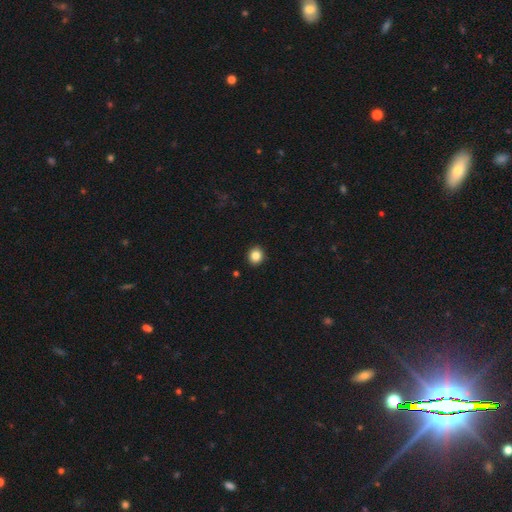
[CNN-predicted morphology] This is clearly a smooth galaxy (85%). How rounded: clearly round (82%). Merging: clearly none (92%).